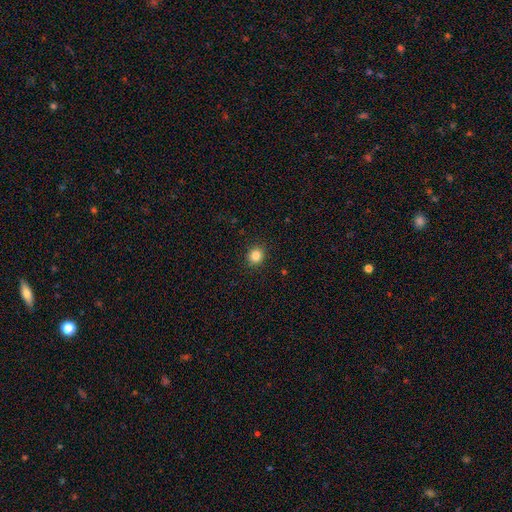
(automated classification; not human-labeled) smooth-or-featured: smooth: 85% | star or artifact: 10% | featured or disk: 4%
  how-rounded: round: 86% | in between: 13% | cigar-shaped: 1%
  merging: none: 91% | minor disturbance: 6% | major disturbance: 2% | merger: 1%